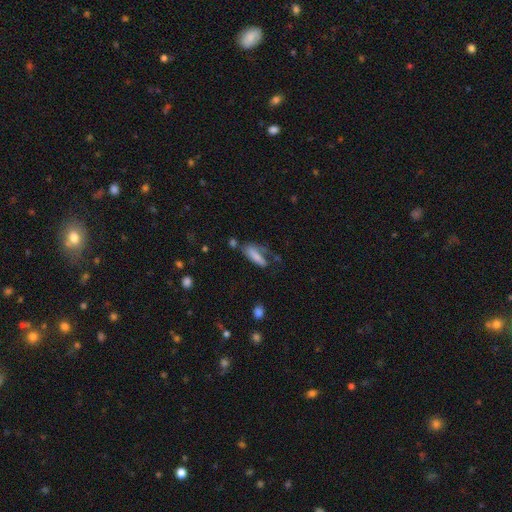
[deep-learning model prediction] The model was most divided on "merging": none: 37%, major disturbance: 28%, minor disturbance: 24%, merger: 10%. More confident: smooth or featured — smooth (72%); how rounded — in between (53%).